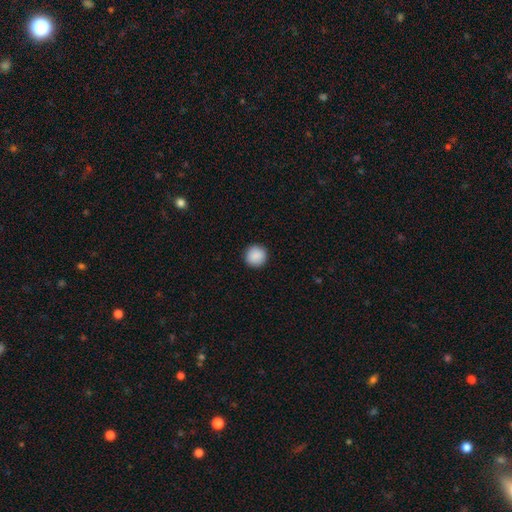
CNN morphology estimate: Overall: smooth (90%). How rounded: round (95%). Merging: none (93%).